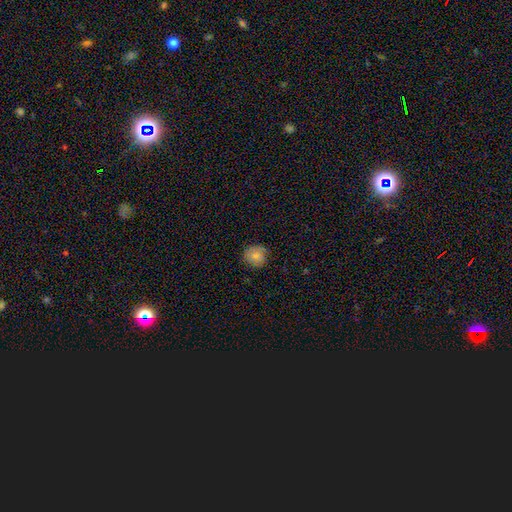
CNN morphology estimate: This appears to be a smooth galaxy with no disk features (80%) that is round (85%). Merging: none (77%).